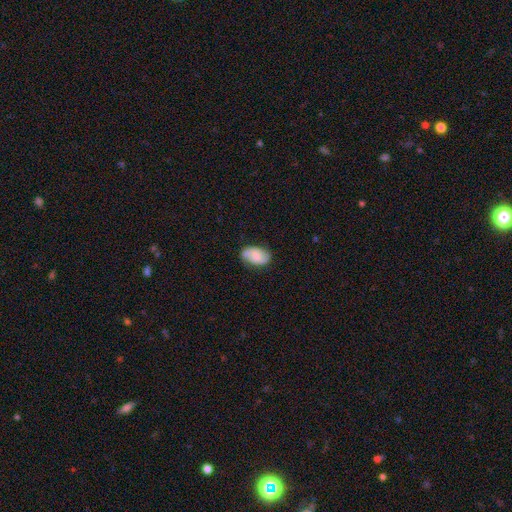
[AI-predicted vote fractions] Smooth or featured: featured or disk — 54% (smooth — 39%)
Edge-on disk: no — 97% (yes — 3%)
Bar: no — 50% (weak — 40%)
Spiral arms: yes — 90% (no — 10%)
Bulge size: small — 46% (moderate — 37%)
Merging: none — 76% (minor disturbance — 19%)